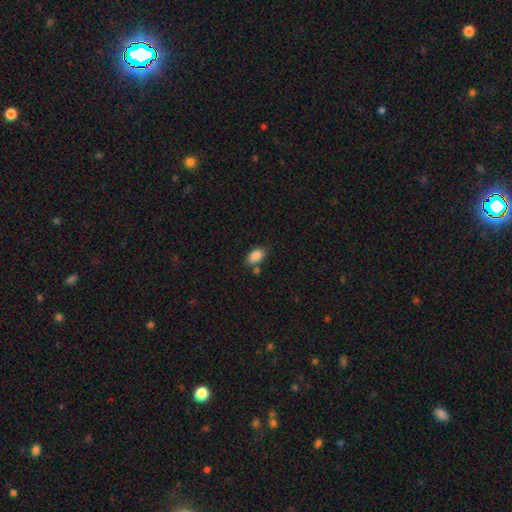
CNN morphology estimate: Smooth or featured? Predicted: smooth (p=0.87). How rounded? Predicted: in between (p=0.89). Merging? Predicted: none (p=0.72).